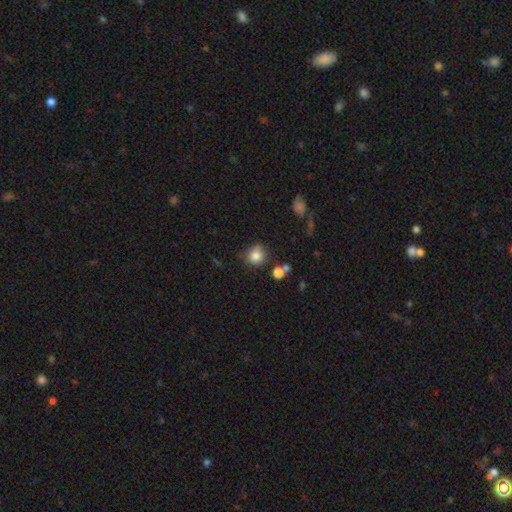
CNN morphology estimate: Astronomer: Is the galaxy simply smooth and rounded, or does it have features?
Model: smooth — 81%.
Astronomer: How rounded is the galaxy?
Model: round — 80%.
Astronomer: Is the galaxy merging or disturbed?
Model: none — 65%.